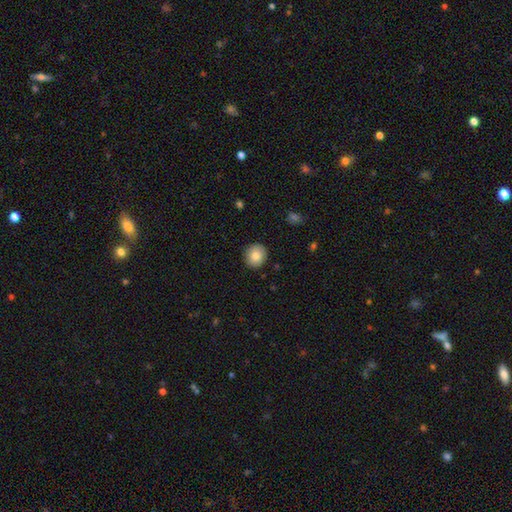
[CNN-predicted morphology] This is clearly a smooth galaxy (83%). How rounded: clearly round (85%). Merging: clearly none (89%).